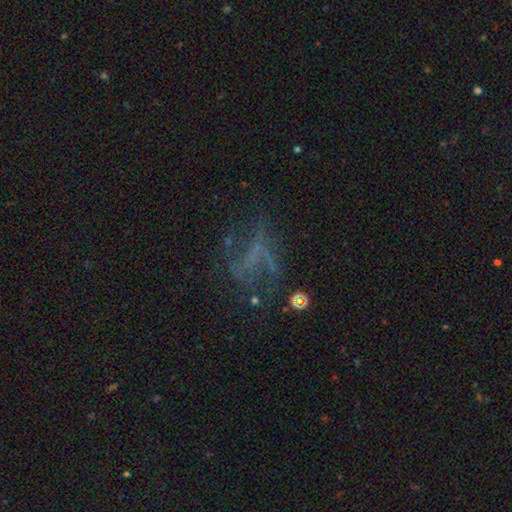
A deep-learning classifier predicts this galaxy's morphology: A featured or disk galaxy (50%).

Vote fractions:
- Smooth or featured? featured or disk: 50% / star or artifact: 29% / smooth: 21%
- Merging? none: 45% / major disturbance: 33% / minor disturbance: 17% / merger: 6%